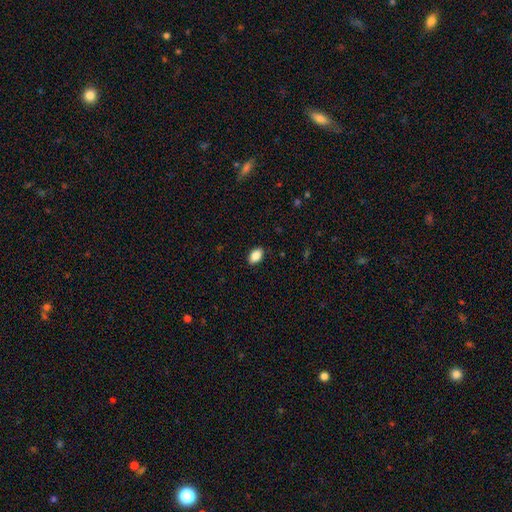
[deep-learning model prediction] Smooth or featured? smooth (86%)
How rounded? in between (90%)
Merging? none (88%)